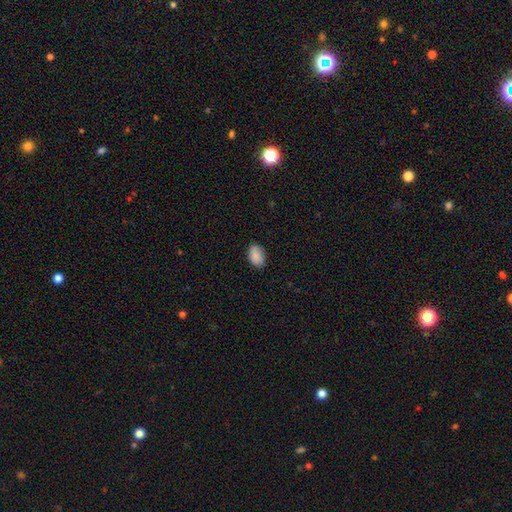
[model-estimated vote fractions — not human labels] This is clearly a smooth galaxy (87%). How rounded: clearly in between (91%). Merging: likely none (78%).